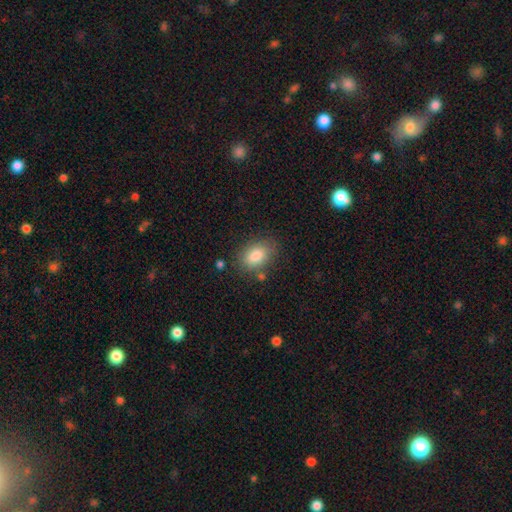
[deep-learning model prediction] Smooth or featured?
  - smooth: 83% *
  - featured or disk: 9%
  - star or artifact: 8%
How rounded?
  - in between: 85% *
  - round: 14%
  - cigar-shaped: 1%
Merging?
  - none: 77% *
  - minor disturbance: 14%
  - merger: 4%
  - major disturbance: 4%